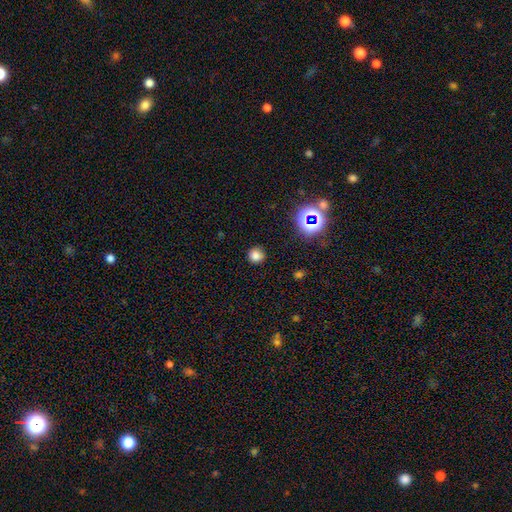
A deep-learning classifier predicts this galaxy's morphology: A smooth galaxy with no disk features (78%) that is round (92%). Merging: none (89%).